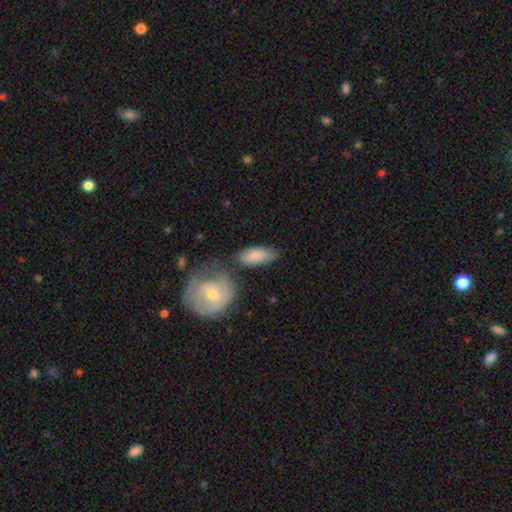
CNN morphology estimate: A smooth galaxy with no disk features (76%) that is in between round and cigar-shaped (83%). Merging: none (59%).